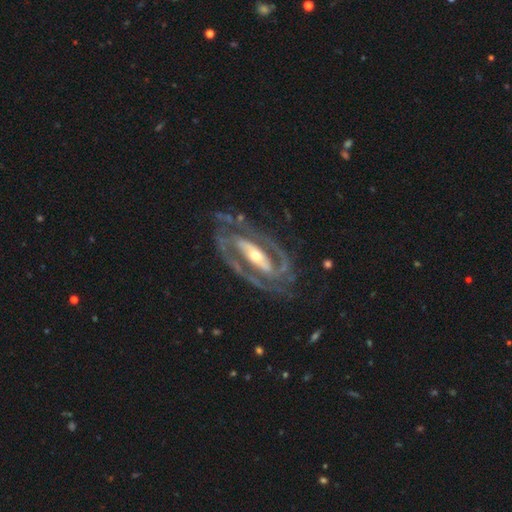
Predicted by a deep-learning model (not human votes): Q: Smooth or featured?
A: featured or disk (91%); runner-up: smooth (5%)
Q: Edge-on disk?
A: no (94%); runner-up: yes (6%)
Q: Bar?
A: strong (63%); runner-up: weak (20%)
Q: Spiral arms?
A: yes (95%); runner-up: no (5%)
Q: Spiral winding?
A: medium (47%); runner-up: tight (42%)
Q: Spiral arm count?
A: 2 (88%); runner-up: can't tell (4%)
Q: Bulge size?
A: moderate (56%); runner-up: small (37%)
Q: Merging?
A: none (71%); runner-up: minor disturbance (16%)